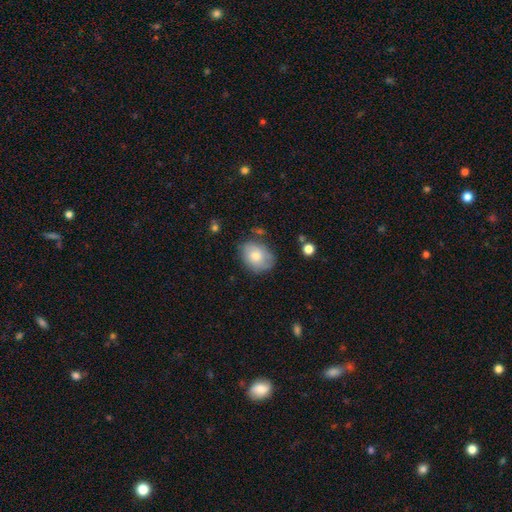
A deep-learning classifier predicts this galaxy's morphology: Smooth or featured: smooth — 73% (featured or disk — 19%)
How rounded: in between — 64% (round — 35%)
Merging: none — 69% (minor disturbance — 22%)